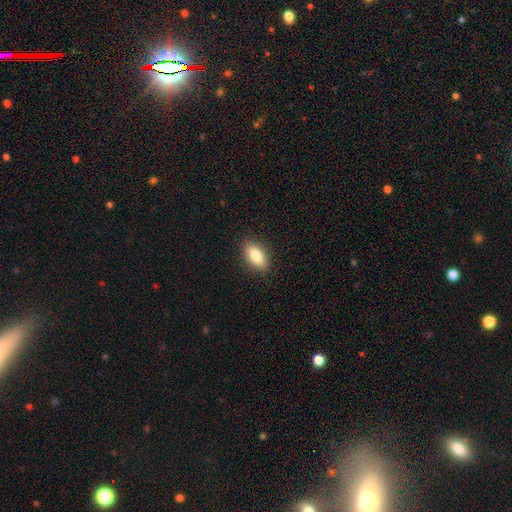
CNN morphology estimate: Smooth or featured? Predicted: smooth (p=0.81). How rounded? Predicted: in between (p=0.88). Merging? Predicted: none (p=0.88).